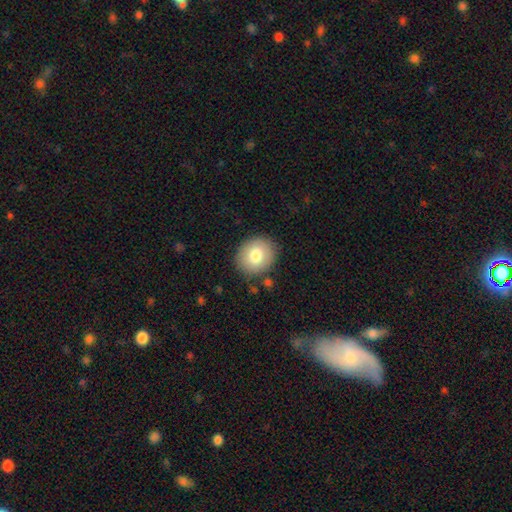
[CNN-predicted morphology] Smooth or featured? smooth (78%)
How rounded? round (71%)
Merging? none (85%)